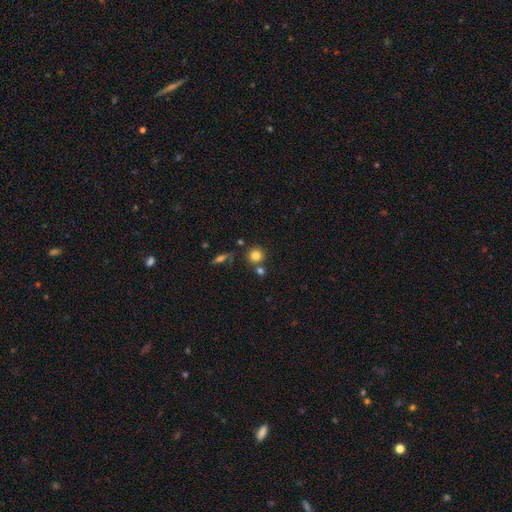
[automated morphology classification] smooth_or_featured: smooth (p=0.80) [alt: star or artifact p=0.12]
how_rounded: round (p=0.91) [alt: in between p=0.08]
merging: none (p=0.70) [alt: merger p=0.17]